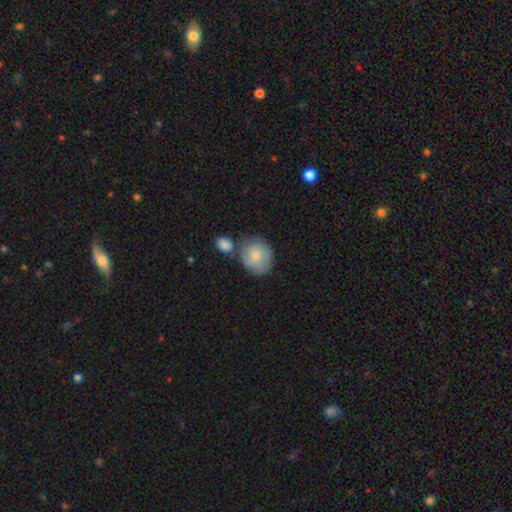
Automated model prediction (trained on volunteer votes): Smooth or featured: smooth — 73% (featured or disk — 21%)
How rounded: round — 75% (in between — 24%)
Merging: none — 54% (minor disturbance — 21%)